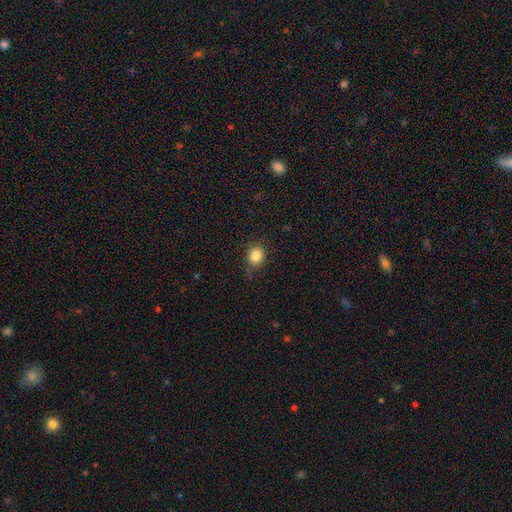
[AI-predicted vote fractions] Smooth or featured? smooth (84%)
How rounded? round (76%)
Merging? none (77%)